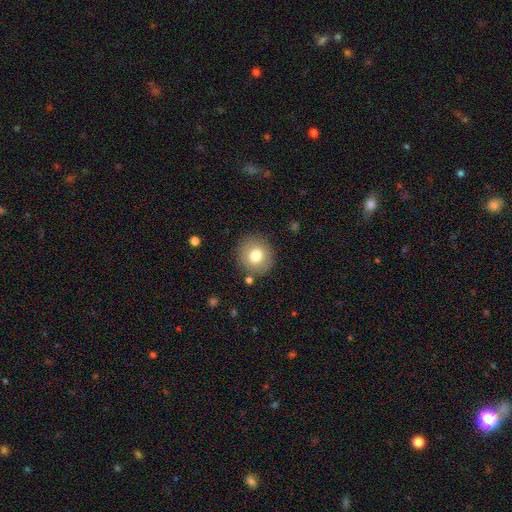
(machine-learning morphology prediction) Smooth or featured?
  - smooth: 76% *
  - featured or disk: 14%
  - star or artifact: 10%
How rounded?
  - round: 91% *
  - in between: 8%
  - cigar-shaped: 1%
Merging?
  - none: 87% *
  - minor disturbance: 8%
  - major disturbance: 3%
  - merger: 3%